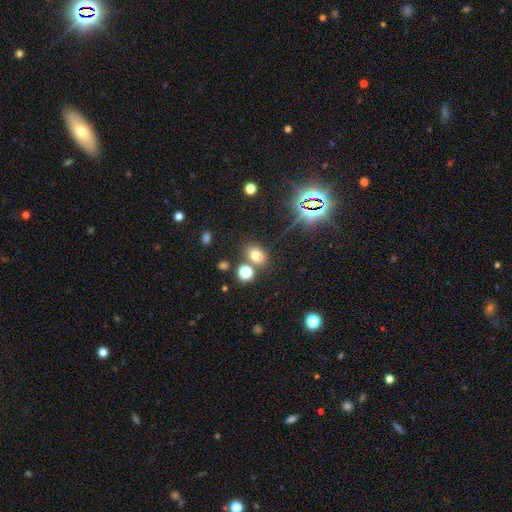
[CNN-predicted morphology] Smooth or featured? smooth (68%)
How rounded? in between (68%)
Merging? none (61%)